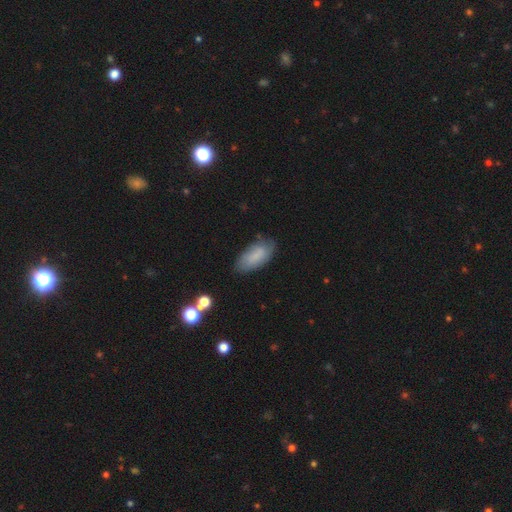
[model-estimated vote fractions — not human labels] Morphology: type=smooth (76%); roundness=in between (89%); merging=none (72%).